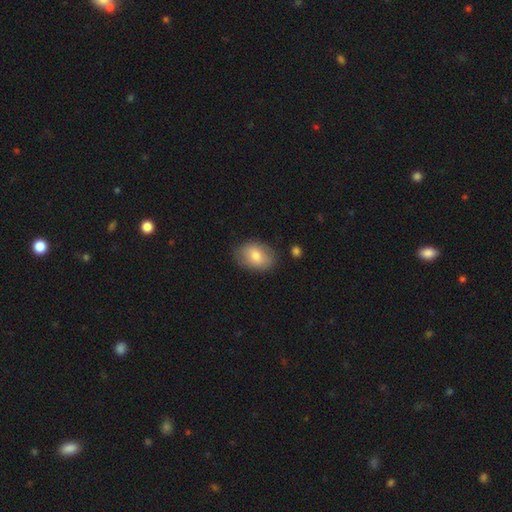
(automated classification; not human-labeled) This appears to be a smooth galaxy with no disk features (76%) that is in between round and cigar-shaped (78%). Merging: none (80%).